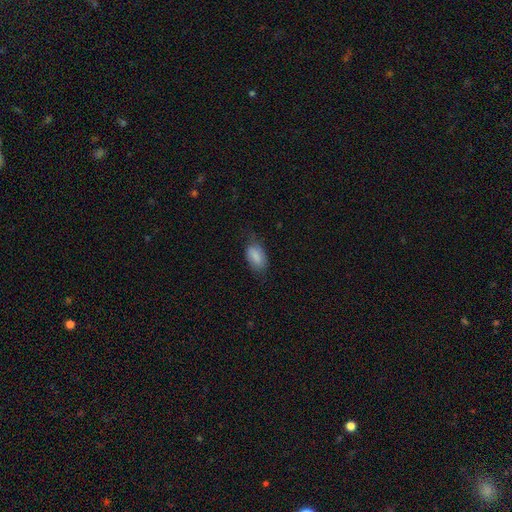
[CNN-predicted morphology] Smooth or featured? Predicted: smooth (p=0.83). How rounded? Predicted: in between (p=0.93). Merging? Predicted: none (p=0.59).